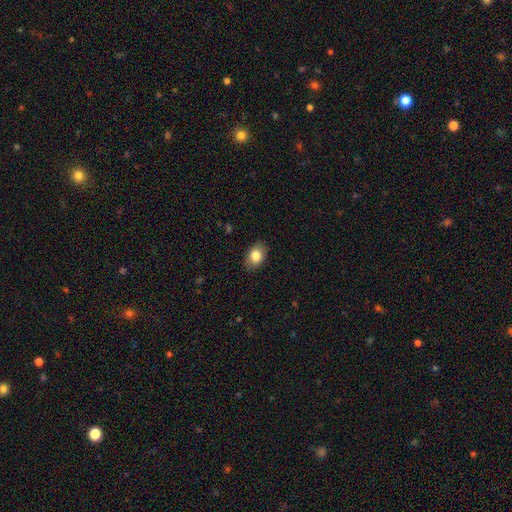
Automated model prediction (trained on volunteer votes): smooth-or-featured: smooth: 84% | featured or disk: 9% | star or artifact: 8%
  how-rounded: in between: 81% | round: 17% | cigar-shaped: 1%
  merging: none: 85% | minor disturbance: 11% | major disturbance: 3% | merger: 1%